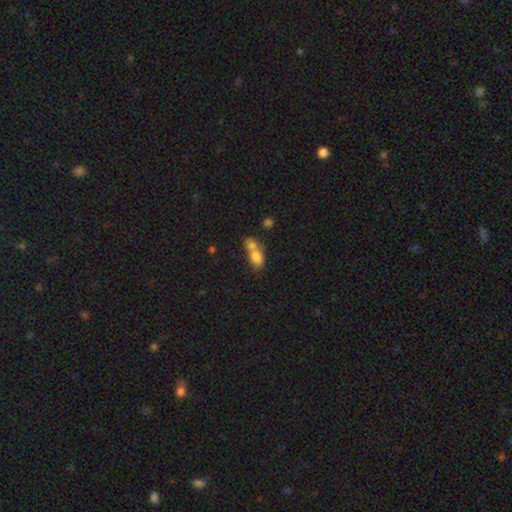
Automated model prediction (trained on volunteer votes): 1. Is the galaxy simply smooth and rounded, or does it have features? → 78% smooth, 11% featured or disk, 10% star or artifact.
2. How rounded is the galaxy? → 74% in between, 23% round, 3% cigar-shaped.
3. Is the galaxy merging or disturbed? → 64% merger, 24% none, 8% minor disturbance, 5% major disturbance.